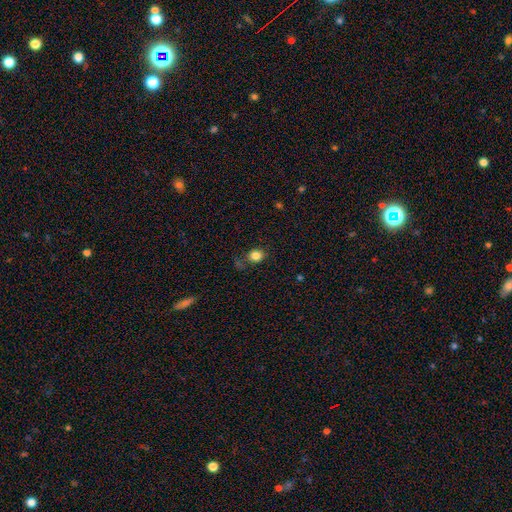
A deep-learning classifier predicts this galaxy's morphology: Smooth or featured? smooth (83%)
How rounded? round (68%)
Merging? none (76%)